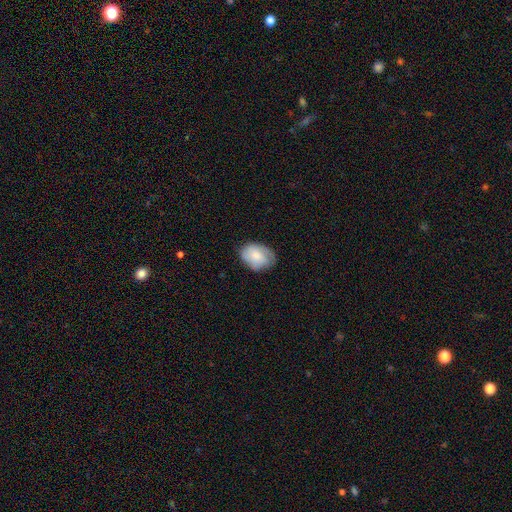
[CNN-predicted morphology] Smooth or featured: smooth — 71% (featured or disk — 22%)
How rounded: in between — 76% (round — 23%)
Merging: none — 67% (minor disturbance — 25%)